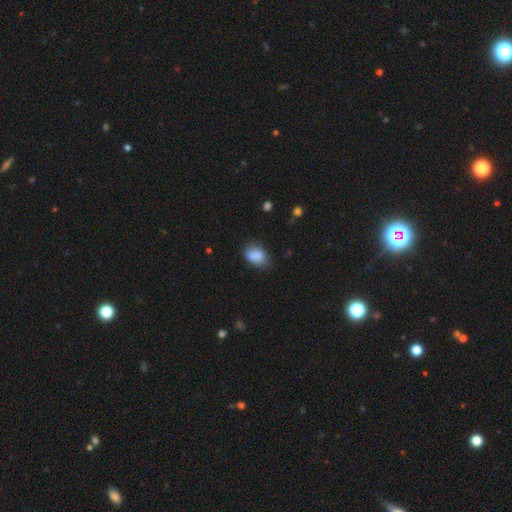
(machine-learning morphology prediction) Smooth or featured? Predicted: smooth (p=0.84). How rounded? Predicted: in between (p=0.79). Merging? Predicted: none (p=0.63).